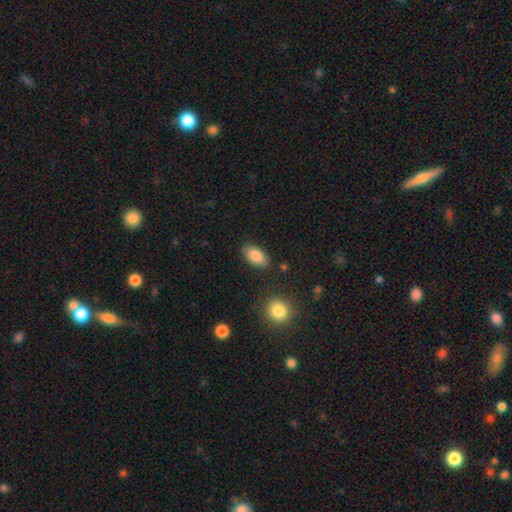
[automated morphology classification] Smooth or featured?
  - smooth: 86% *
  - star or artifact: 7%
  - featured or disk: 6%
How rounded?
  - in between: 92% *
  - round: 4%
  - cigar-shaped: 3%
Merging?
  - none: 84% *
  - minor disturbance: 11%
  - major disturbance: 3%
  - merger: 3%